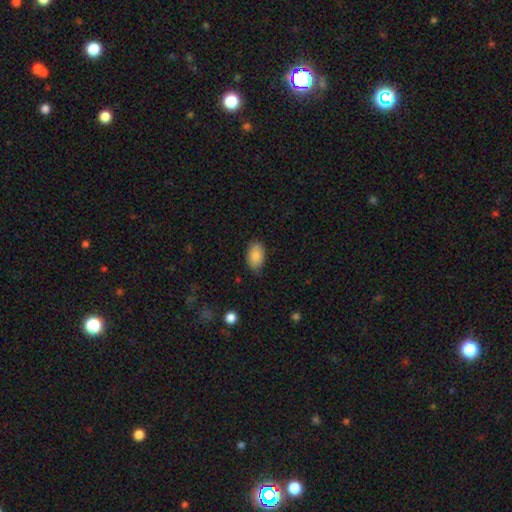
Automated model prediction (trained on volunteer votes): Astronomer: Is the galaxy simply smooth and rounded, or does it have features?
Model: smooth — 87%.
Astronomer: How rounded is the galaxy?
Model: in between — 92%.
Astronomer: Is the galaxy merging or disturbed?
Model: none — 78%.